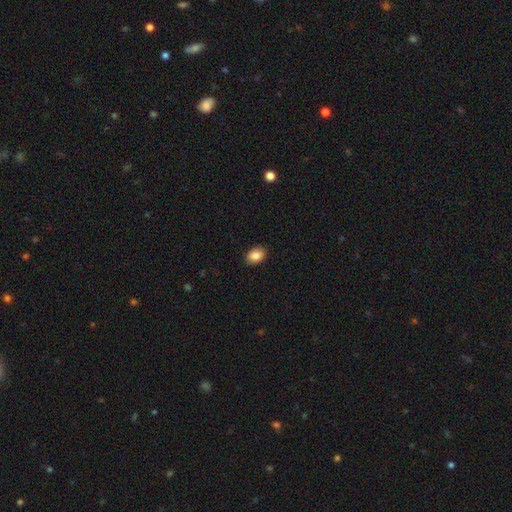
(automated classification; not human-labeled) A smooth galaxy with no disk features (85%) that is in between round and cigar-shaped (78%). Merging: none (90%).